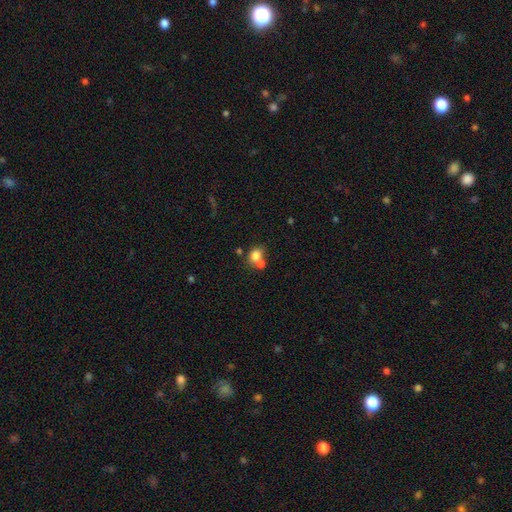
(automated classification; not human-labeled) This appears to be a smooth galaxy with no disk features (77%) that is round (58%). Merging: merger (46%).